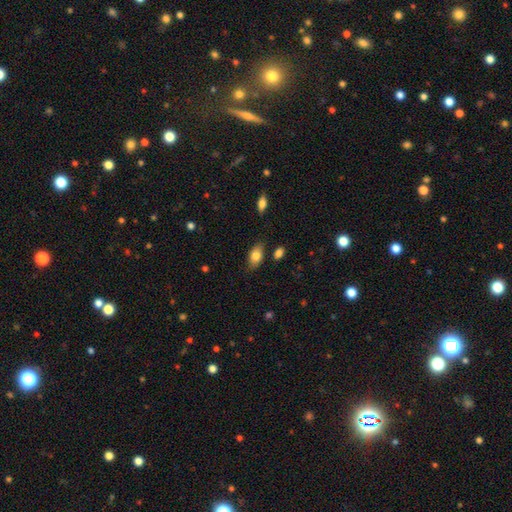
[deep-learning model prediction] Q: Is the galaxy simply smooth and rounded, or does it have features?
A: smooth — 79%.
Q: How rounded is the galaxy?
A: in between — 90%.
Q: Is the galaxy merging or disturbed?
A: none — 79%.